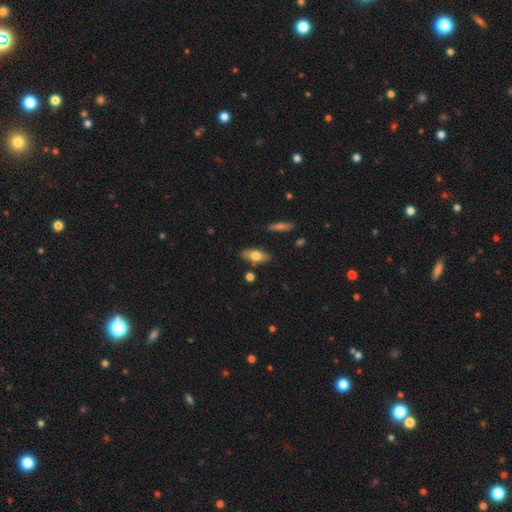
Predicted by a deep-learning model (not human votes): smooth 69%, featured or disk 25%, star or artifact 7%. Down the decision tree: how rounded — in between (80%); merging — none (81%).